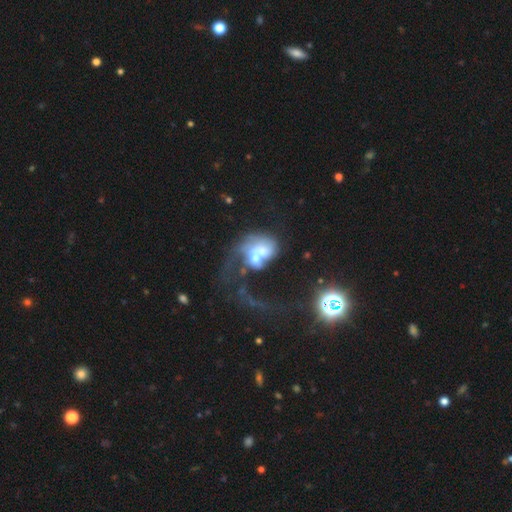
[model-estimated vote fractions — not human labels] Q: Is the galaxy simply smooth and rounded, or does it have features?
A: featured or disk — 56%.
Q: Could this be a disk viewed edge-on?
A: no — 97%.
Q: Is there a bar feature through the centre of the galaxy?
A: no — 78%.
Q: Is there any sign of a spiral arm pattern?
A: no — 60%.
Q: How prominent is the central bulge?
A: moderate — 43%.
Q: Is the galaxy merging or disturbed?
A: merger — 55%.